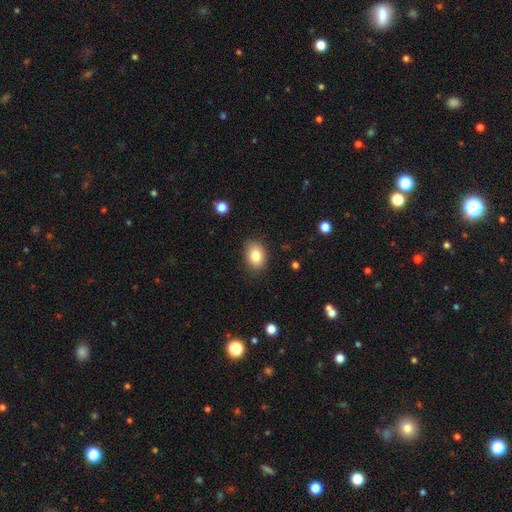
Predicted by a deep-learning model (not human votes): Morphology: type=smooth (84%); roundness=in between (77%); merging=none (83%).